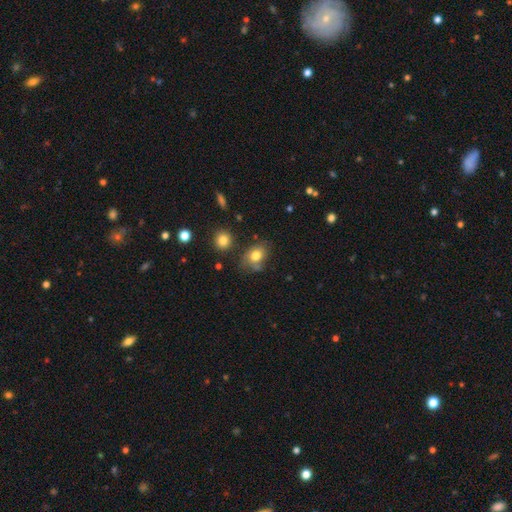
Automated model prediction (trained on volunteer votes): smooth-or-featured: smooth: 77% | featured or disk: 13% | star or artifact: 10%
  how-rounded: in between: 65% | round: 34% | cigar-shaped: 1%
  merging: none: 64% | minor disturbance: 22% | merger: 8% | major disturbance: 7%